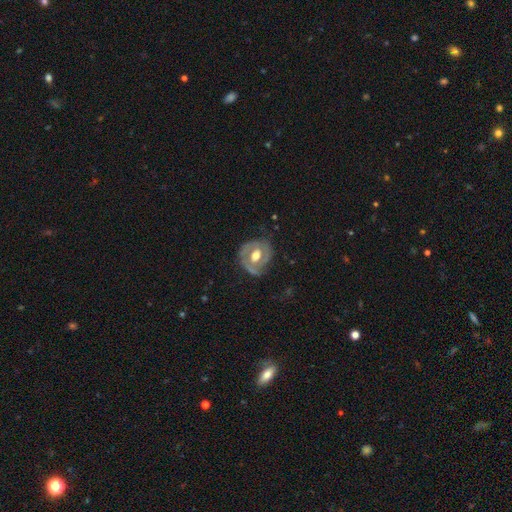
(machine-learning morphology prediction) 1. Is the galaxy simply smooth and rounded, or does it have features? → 71% featured or disk, 24% smooth, 5% star or artifact.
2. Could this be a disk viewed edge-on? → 96% no, 4% yes.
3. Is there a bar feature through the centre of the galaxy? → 53% no, 35% weak, 12% strong.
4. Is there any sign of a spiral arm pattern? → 64% yes, 36% no.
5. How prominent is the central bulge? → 65% moderate, 27% large, 6% small, 1% dominant, 1% none.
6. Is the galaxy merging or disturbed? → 68% none, 22% minor disturbance, 9% major disturbance, 1% merger.